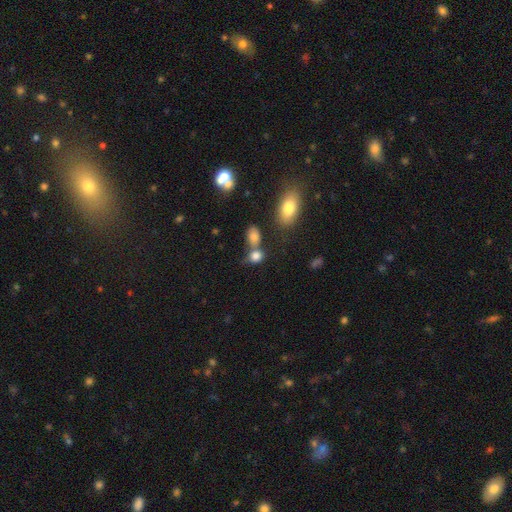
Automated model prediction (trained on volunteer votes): This appears to be a smooth galaxy with no disk features (81%) that is in between round and cigar-shaped (53%). Merging: none (44%).